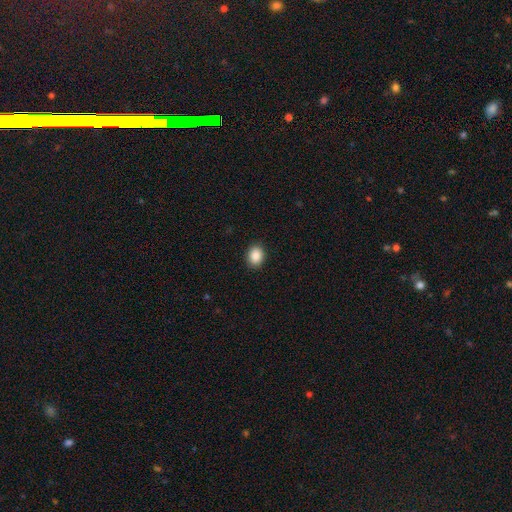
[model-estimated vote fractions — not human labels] Overall: smooth (88%). How rounded: in between (59%; round 40%). Merging: none (90%).